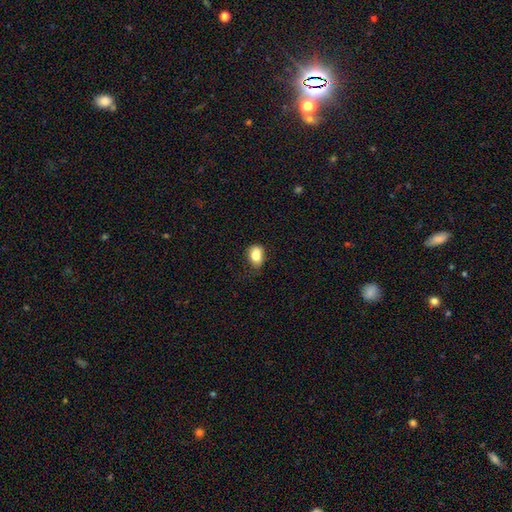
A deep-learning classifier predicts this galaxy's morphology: The model was most divided on "merging": none: 64%, minor disturbance: 28%, major disturbance: 7%, merger: 1%. More confident: smooth or featured — smooth (82%); how rounded — in between (74%).